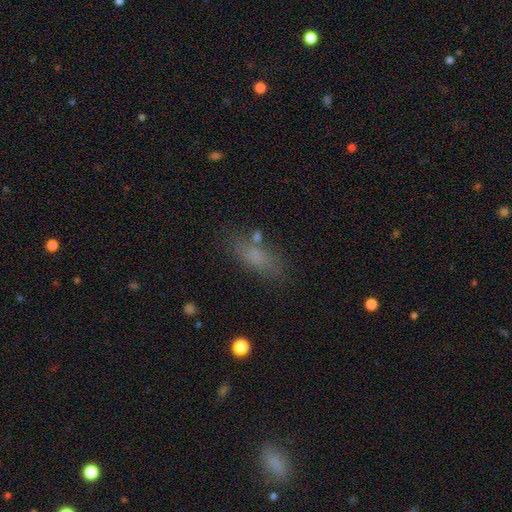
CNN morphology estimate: This is likely a smooth galaxy (74%). How rounded: likely in between (69%). Merging: likely none (73%).